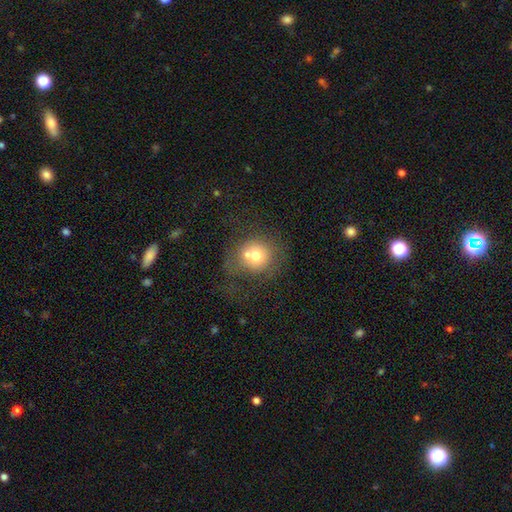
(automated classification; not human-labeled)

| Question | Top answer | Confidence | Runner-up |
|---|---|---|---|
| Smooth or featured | smooth | 66% | featured or disk (22%) |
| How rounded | round | 83% | in between (16%) |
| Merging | none | 42% | merger (35%) |